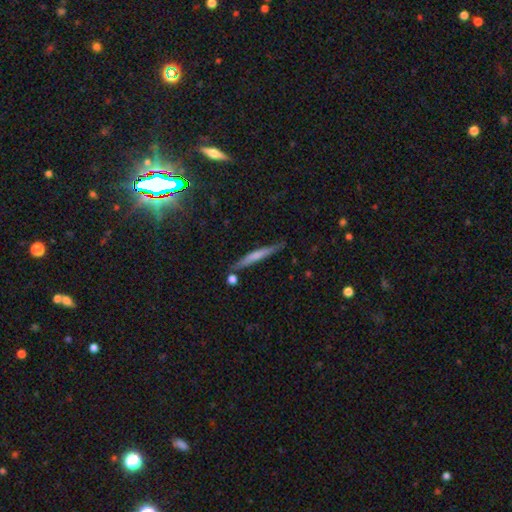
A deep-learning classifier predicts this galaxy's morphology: This appears to be a smooth galaxy with no disk features (51%) that is cigar-shaped (95%). Merging: none (80%).